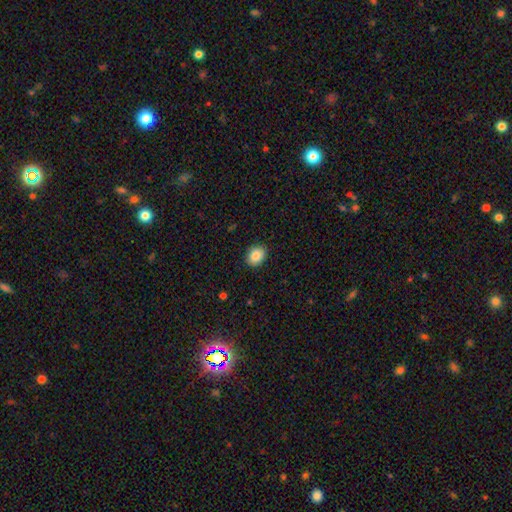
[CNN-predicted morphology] A smooth galaxy with no disk features (86%) that is in between round and cigar-shaped (55%). Merging: none (89%).